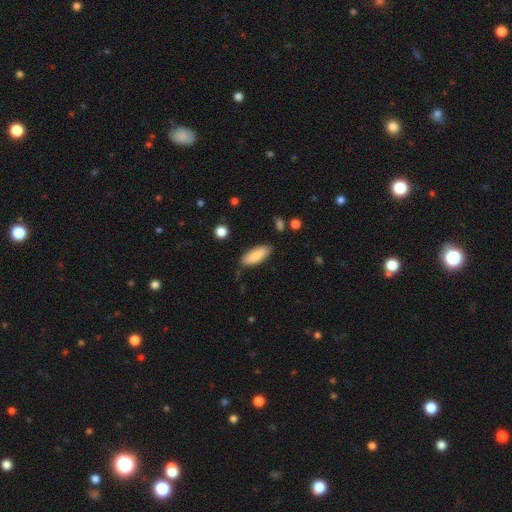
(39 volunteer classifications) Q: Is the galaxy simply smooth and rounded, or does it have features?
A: smooth — 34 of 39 (87%).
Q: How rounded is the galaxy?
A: in between — 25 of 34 (74%).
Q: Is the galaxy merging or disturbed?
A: none — 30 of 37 (81%).